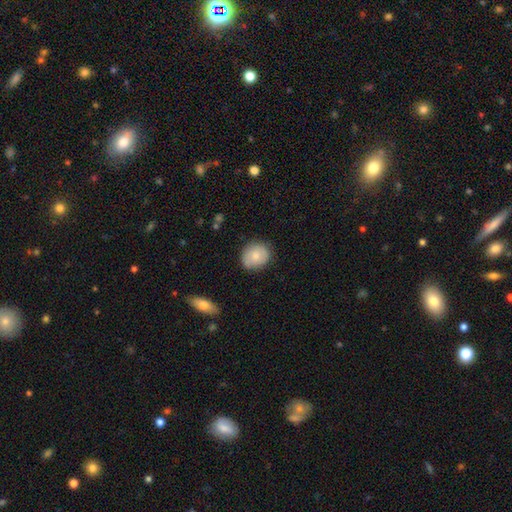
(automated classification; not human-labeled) This is likely a smooth galaxy (79%). How rounded: likely round (73%). Merging: likely none (79%).